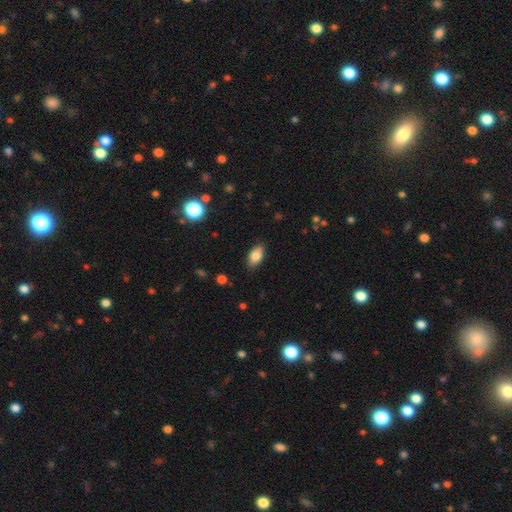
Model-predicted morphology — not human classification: Overall: smooth (82%). How rounded: in between (91%). Merging: none (86%).